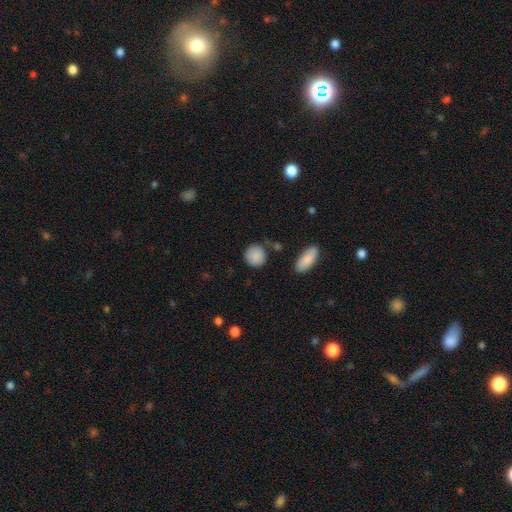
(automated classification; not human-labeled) Smooth or featured: smooth — 88% (star or artifact — 7%)
How rounded: round — 86% (in between — 12%)
Merging: none — 79% (minor disturbance — 13%)